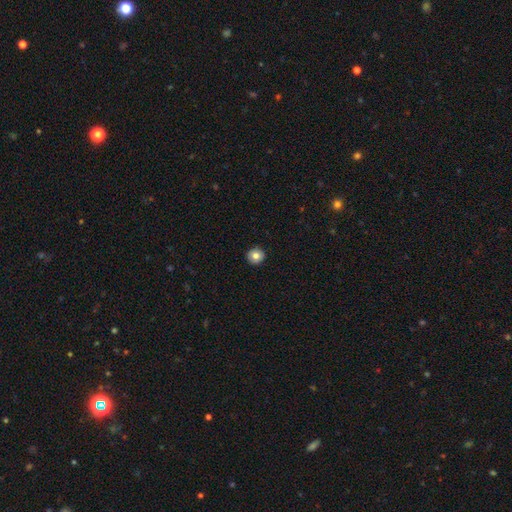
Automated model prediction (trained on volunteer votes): Morphology: type=smooth (80%); roundness=round (93%); merging=none (93%).